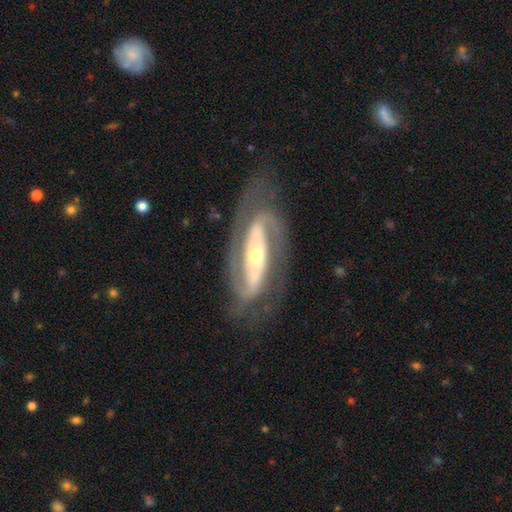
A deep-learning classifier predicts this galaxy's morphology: A featured or disk galaxy (89%) with a strong bar (57%), 2 (90%) medium (47%) spiral arms (96%) and a moderate central bulge (51%). Merging: none (74%).